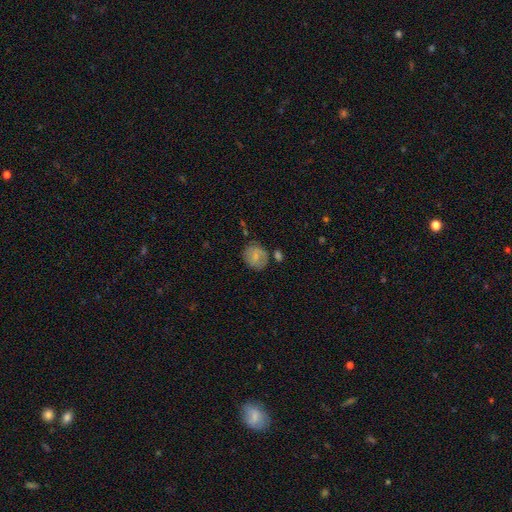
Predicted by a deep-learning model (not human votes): Smooth or featured?
  - smooth: 66% *
  - featured or disk: 25%
  - star or artifact: 9%
How rounded?
  - round: 65% *
  - in between: 34%
  - cigar-shaped: 1%
Merging?
  - none: 65% *
  - minor disturbance: 21%
  - merger: 8%
  - major disturbance: 7%